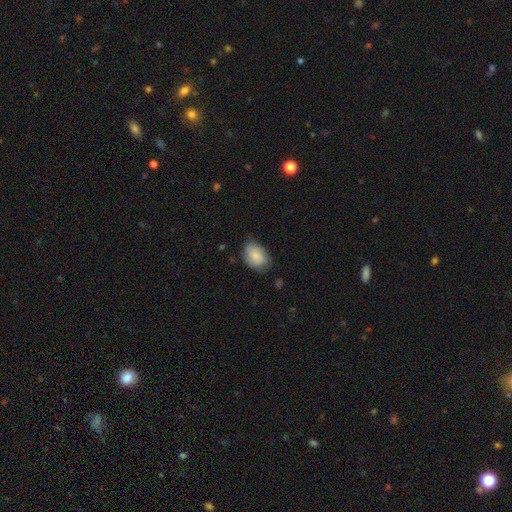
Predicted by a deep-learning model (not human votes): Morphology: type=smooth (83%); roundness=in between (81%); merging=none (64%).